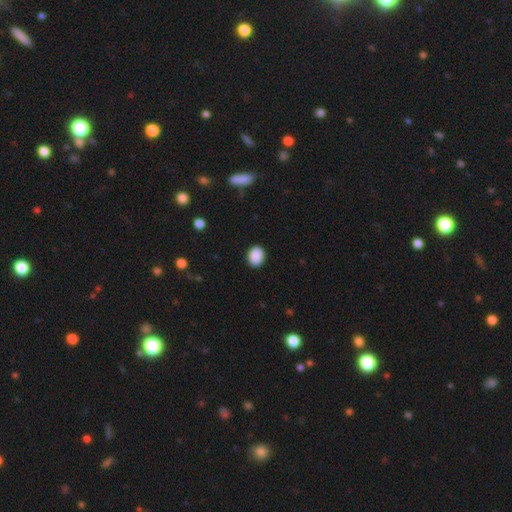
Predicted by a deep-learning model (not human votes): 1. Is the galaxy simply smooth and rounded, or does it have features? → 89% smooth, 8% star or artifact, 3% featured or disk.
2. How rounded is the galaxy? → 55% in between, 44% round, 1% cigar-shaped.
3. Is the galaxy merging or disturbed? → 88% none, 9% minor disturbance, 2% major disturbance, 1% merger.